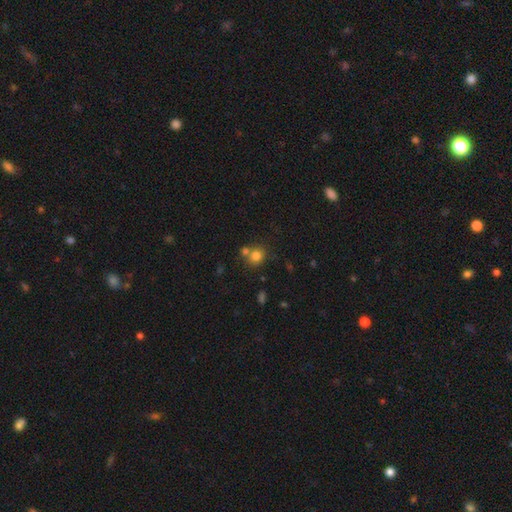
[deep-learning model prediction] smooth_or_featured: smooth (p=0.78) [alt: star or artifact p=0.13]
how_rounded: round (p=0.81) [alt: in between p=0.18]
merging: none (p=0.59) [alt: merger p=0.28]